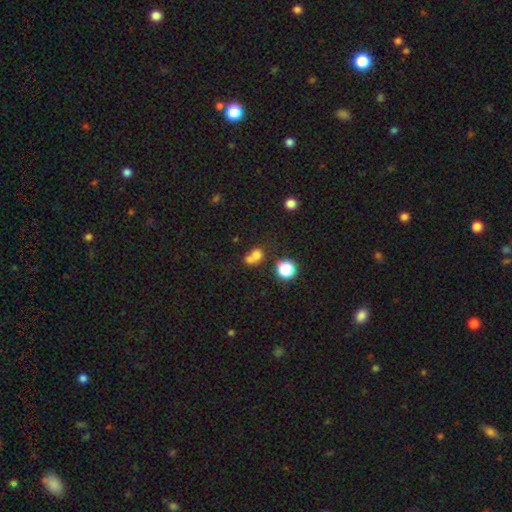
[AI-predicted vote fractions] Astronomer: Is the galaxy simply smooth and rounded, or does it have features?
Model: smooth — 69%.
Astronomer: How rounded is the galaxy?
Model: round — 69%.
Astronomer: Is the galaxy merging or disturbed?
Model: merger — 53% (runner-up: none, 32%).